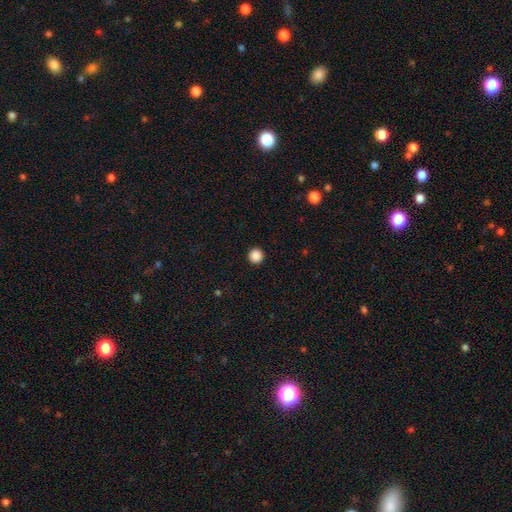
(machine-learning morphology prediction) smooth_or_featured: smooth (p=0.88) [alt: star or artifact p=0.10]
how_rounded: round (p=0.96) [alt: in between p=0.03]
merging: none (p=0.94) [alt: minor disturbance p=0.04]